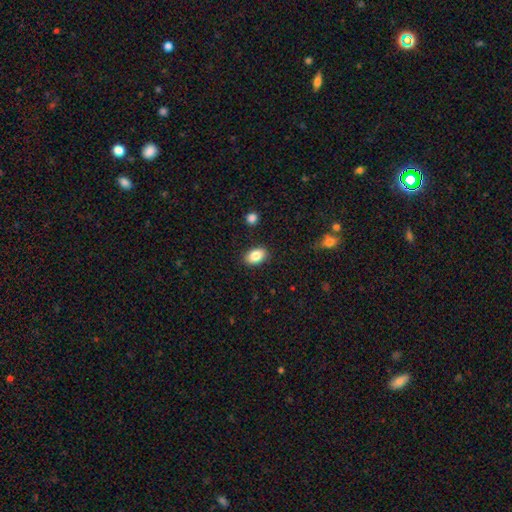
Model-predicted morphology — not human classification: A smooth galaxy with no disk features (85%) that is in between round and cigar-shaped (87%).

Vote fractions:
- Smooth or featured? smooth: 85% / star or artifact: 8% / featured or disk: 7%
- How rounded? in between: 87% / round: 12% / cigar-shaped: 1%
- Merging? none: 87% / minor disturbance: 9% / major disturbance: 2% / merger: 2%